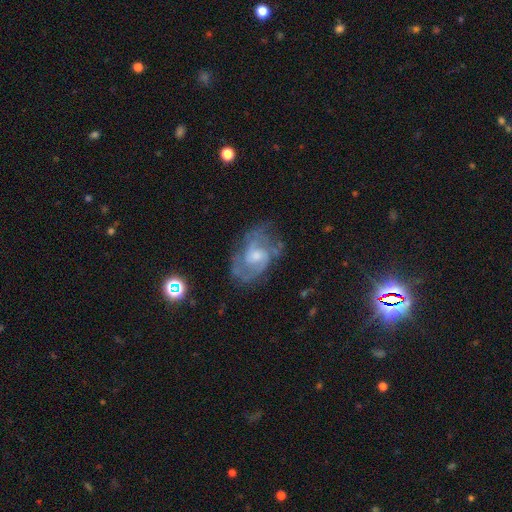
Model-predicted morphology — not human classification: A featured or disk galaxy (77%) with no bar (55%), 2 (45%) medium (47%) spiral arms (87%) and a moderate central bulge (48%).

Vote fractions:
- Smooth or featured? featured or disk: 77% / smooth: 14% / star or artifact: 9%
- Edge-on disk? no: 97% / yes: 3%
- Bar? no: 55% / weak: 39% / strong: 6%
- Spiral arms? yes: 87% / no: 13%
- Spiral winding? medium: 47% / tight: 36% / loose: 17%
- Spiral arm count? 2: 45% / can't tell: 31% / 3: 13% / 1: 4% / 4: 4% / more than 4: 3%
- Bulge size? moderate: 48% / small: 39% / none: 6% / large: 5% / dominant: 1%
- Merging? none: 63% / minor disturbance: 21% / major disturbance: 14% / merger: 2%